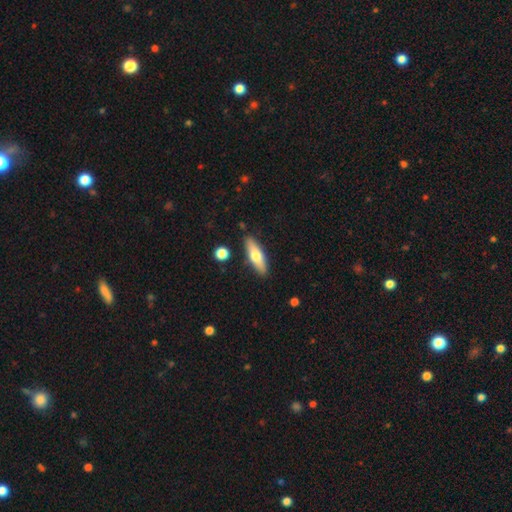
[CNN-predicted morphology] smooth_or_featured: smooth (p=0.61) [alt: featured or disk p=0.33]
how_rounded: cigar-shaped (p=0.49) [alt: in between p=0.48]
merging: none (p=0.86) [alt: minor disturbance p=0.10]